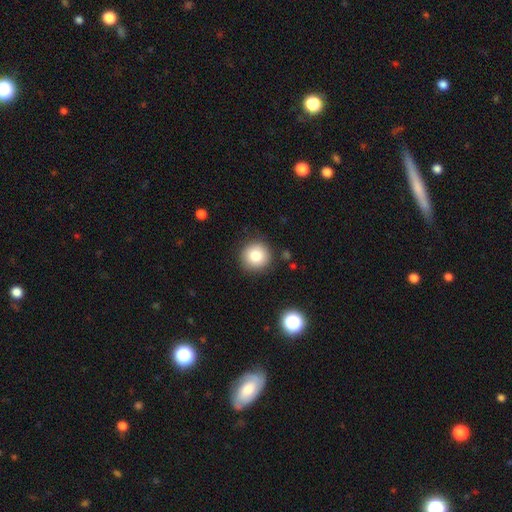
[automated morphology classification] type=smooth (81%); roundness=round (94%); merging=none (88%).